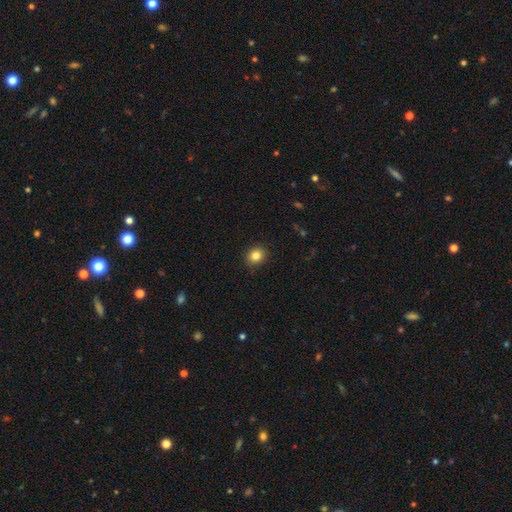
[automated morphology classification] smooth 83%, star or artifact 11%, featured or disk 6%. Down the decision tree: how rounded — round (76%); merging — none (91%).